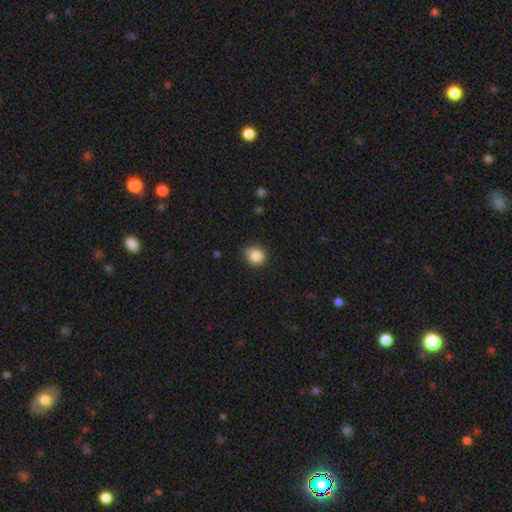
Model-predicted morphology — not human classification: smooth_or_featured: smooth (p=0.85) [alt: star or artifact p=0.10]
how_rounded: round (p=0.87) [alt: in between p=0.12]
merging: none (p=0.73) [alt: minor disturbance p=0.21]